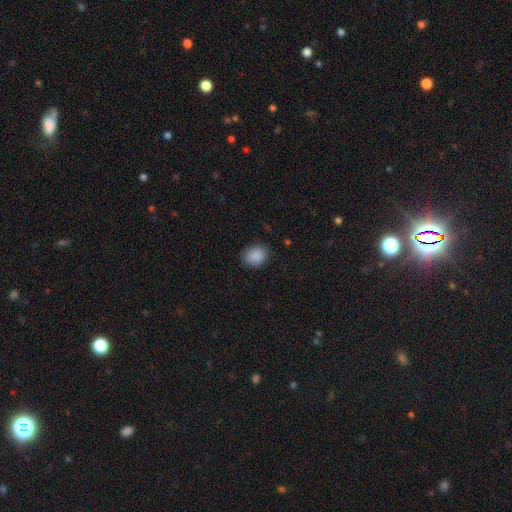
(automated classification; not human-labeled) smooth_or_featured: smooth (p=0.89) [alt: star or artifact p=0.08]
how_rounded: in between (p=0.55) [alt: round p=0.44]
merging: none (p=0.85) [alt: minor disturbance p=0.11]